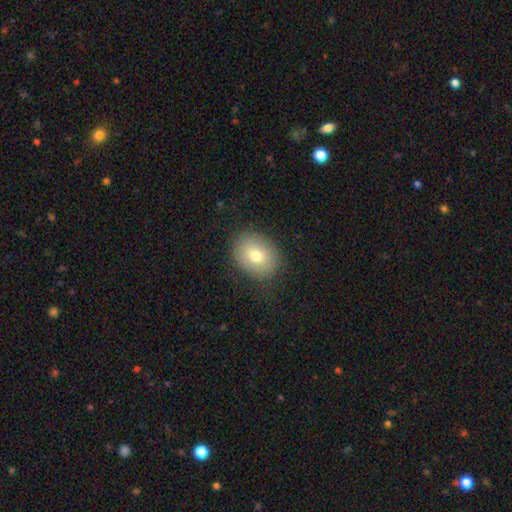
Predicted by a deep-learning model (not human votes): Q: Smooth or featured?
A: smooth (74%); runner-up: featured or disk (16%)
Q: How rounded?
A: in between (57%); runner-up: round (42%)
Q: Merging?
A: none (84%); runner-up: minor disturbance (12%)